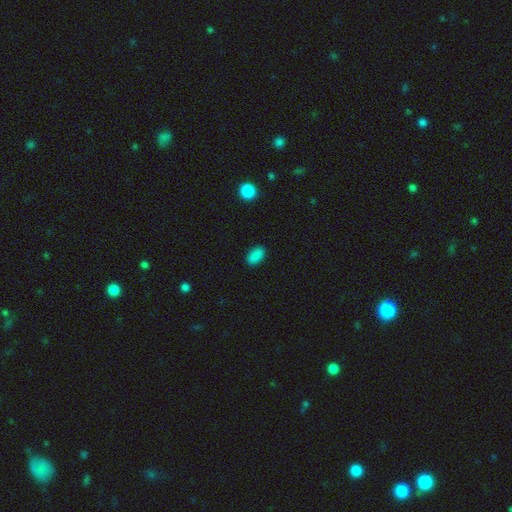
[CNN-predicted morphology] Q: Smooth or featured?
A: smooth (87%); runner-up: star or artifact (10%)
Q: How rounded?
A: in between (91%); runner-up: round (7%)
Q: Merging?
A: none (88%); runner-up: minor disturbance (9%)